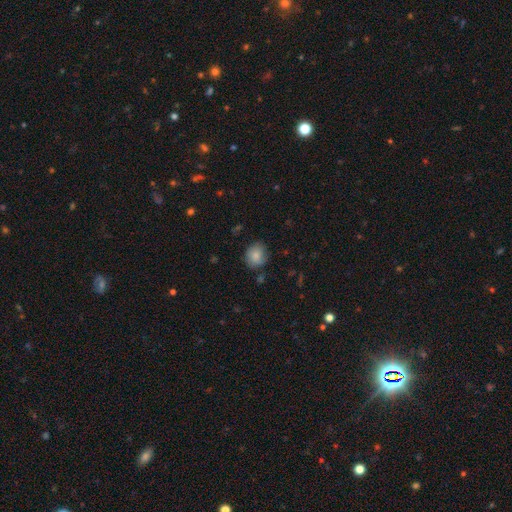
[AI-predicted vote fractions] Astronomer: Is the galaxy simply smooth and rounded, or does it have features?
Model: smooth — 84%.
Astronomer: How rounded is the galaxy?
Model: round — 74%.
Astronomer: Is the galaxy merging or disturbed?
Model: none — 76%.